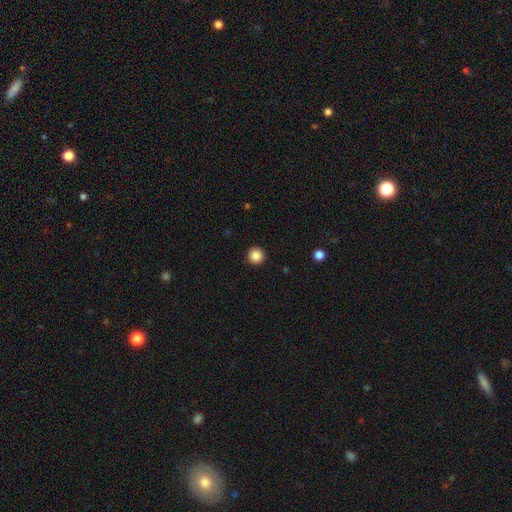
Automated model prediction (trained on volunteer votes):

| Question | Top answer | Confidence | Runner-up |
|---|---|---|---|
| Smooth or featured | smooth | 87% | star or artifact (10%) |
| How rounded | round | 96% | in between (3%) |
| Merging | none | 93% | minor disturbance (4%) |